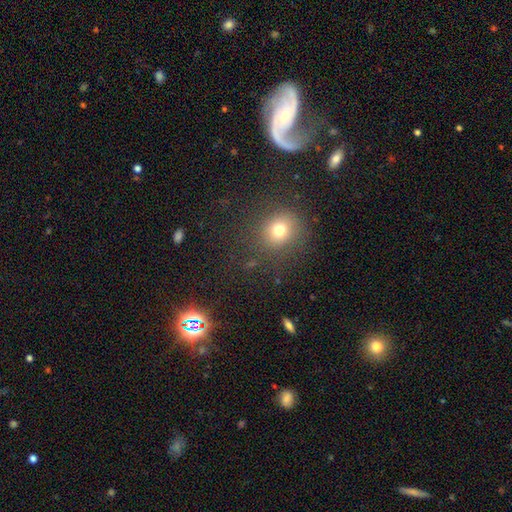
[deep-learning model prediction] smooth-or-featured: smooth: 48% | star or artifact: 26% | featured or disk: 26%
  merging: none: 72% | minor disturbance: 10% | merger: 9% | major disturbance: 9%